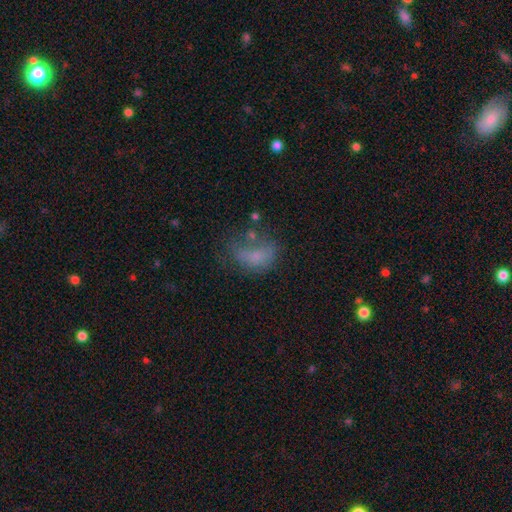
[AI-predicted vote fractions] A smooth galaxy with no disk features (59%) that is in between round and cigar-shaped (76%).

Vote fractions:
- Smooth or featured? smooth: 59% / featured or disk: 25% / star or artifact: 16%
- How rounded? in between: 76% / round: 21% / cigar-shaped: 2%
- Merging? major disturbance: 32% (tied) / none: 32% (tied) / minor disturbance: 24% / merger: 11%